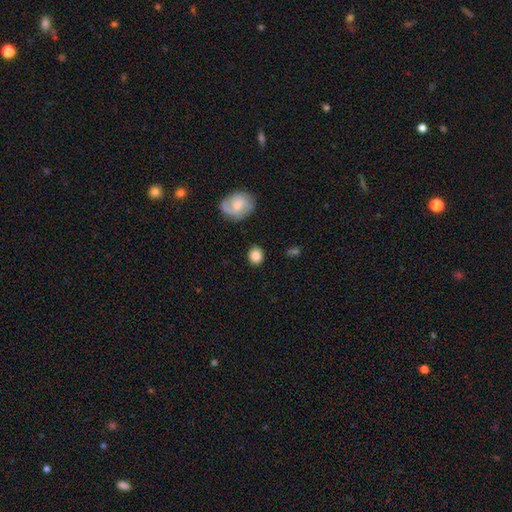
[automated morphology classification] A smooth galaxy with no disk features (84%) that is round (71%).

Vote fractions:
- Smooth or featured? smooth: 84% / featured or disk: 9% / star or artifact: 7%
- How rounded? round: 71% / in between: 28% / cigar-shaped: 1%
- Merging? none: 85% / minor disturbance: 10% / major disturbance: 3% / merger: 2%